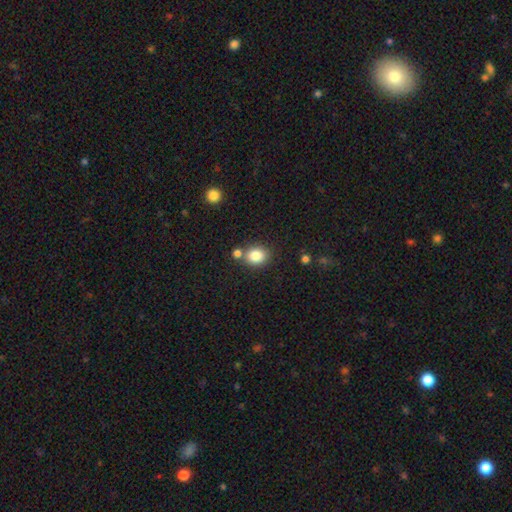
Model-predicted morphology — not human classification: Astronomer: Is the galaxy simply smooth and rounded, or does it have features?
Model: smooth — 84%.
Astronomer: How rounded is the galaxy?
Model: round — 62% (runner-up: in between, 37%).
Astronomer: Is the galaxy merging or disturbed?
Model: none — 70%.